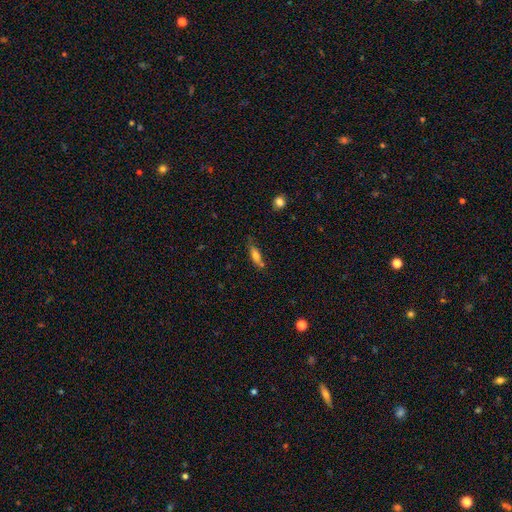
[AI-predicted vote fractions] Overall: smooth (68%). How rounded: in between (49%; cigar-shaped 48%). Merging: none (60%; minor disturbance 22%).